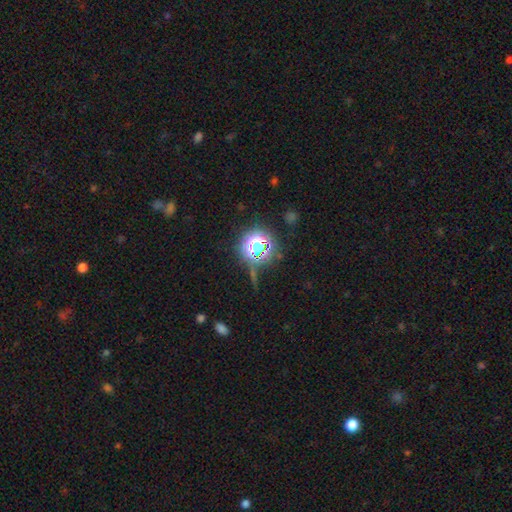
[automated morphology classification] Smooth or featured: star or artifact — 76% (smooth — 17%)